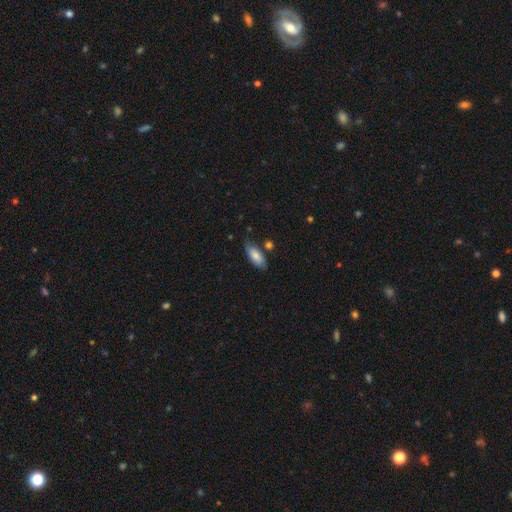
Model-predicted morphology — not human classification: The model was most divided on "merging": none: 71%, minor disturbance: 20%, merger: 5%, major disturbance: 4%. More confident: how rounded — in between (80%); smooth or featured — smooth (78%).